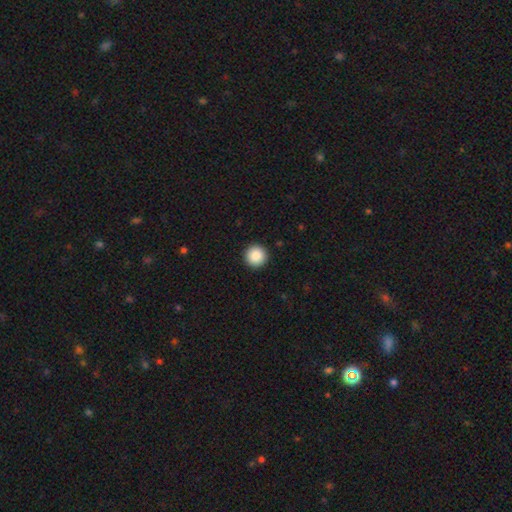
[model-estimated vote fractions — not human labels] Morphology: type=smooth (88%); roundness=round (97%); merging=none (94%).